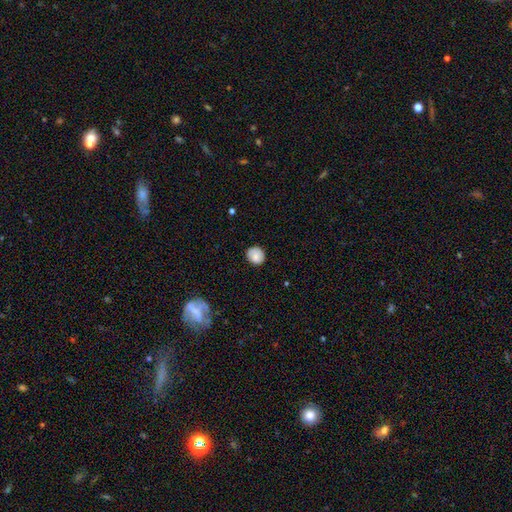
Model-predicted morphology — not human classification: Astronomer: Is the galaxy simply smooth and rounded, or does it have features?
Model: smooth — 82%.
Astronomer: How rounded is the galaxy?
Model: round — 80%.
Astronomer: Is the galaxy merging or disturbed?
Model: none — 82%.